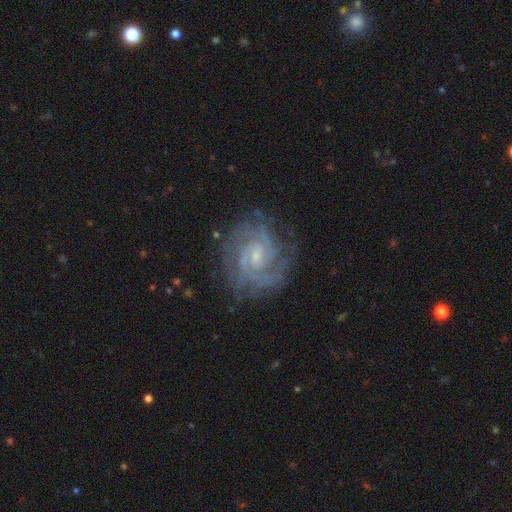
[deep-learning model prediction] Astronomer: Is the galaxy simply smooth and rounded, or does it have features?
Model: featured or disk — 88%.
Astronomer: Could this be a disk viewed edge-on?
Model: no — 98%.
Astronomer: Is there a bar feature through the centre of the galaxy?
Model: weak — 46% (runner-up: no, 45%).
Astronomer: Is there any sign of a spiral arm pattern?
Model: yes — 98%.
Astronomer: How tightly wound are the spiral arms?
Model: tight — 63%.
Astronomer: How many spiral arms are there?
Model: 2 — 43% (runner-up: 3, 19%).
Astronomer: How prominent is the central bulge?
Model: small — 70%.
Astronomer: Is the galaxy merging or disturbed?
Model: none — 78%.